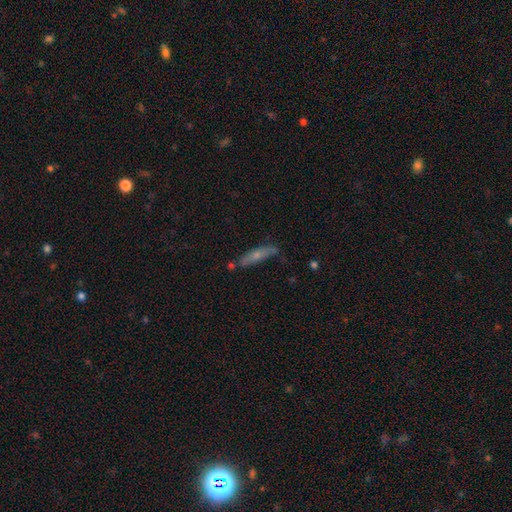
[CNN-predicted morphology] Overall: smooth (52%; featured or disk 39%). How rounded: cigar-shaped (83%). Merging: none (68%).